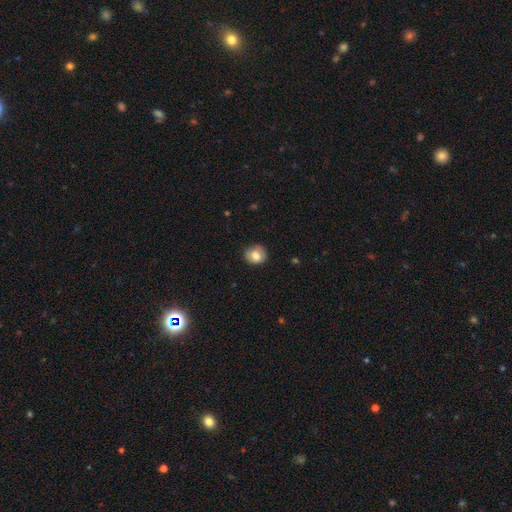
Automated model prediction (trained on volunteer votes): smooth_or_featured: smooth (p=0.79) [alt: featured or disk p=0.13]
how_rounded: round (p=0.74) [alt: in between p=0.25]
merging: none (p=0.81) [alt: minor disturbance p=0.14]